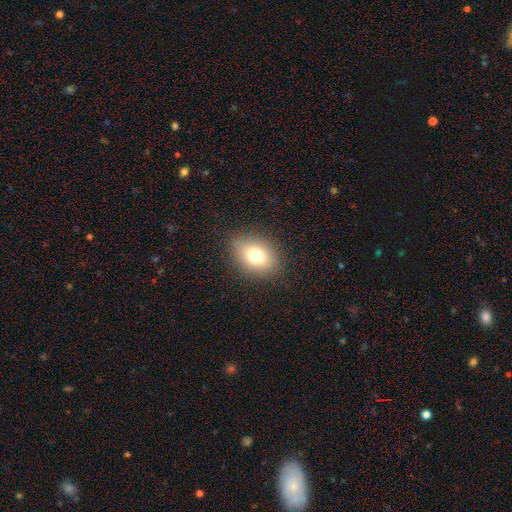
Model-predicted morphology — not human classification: A smooth galaxy with no disk features (76%) that is in between round and cigar-shaped (69%). Merging: none (85%).